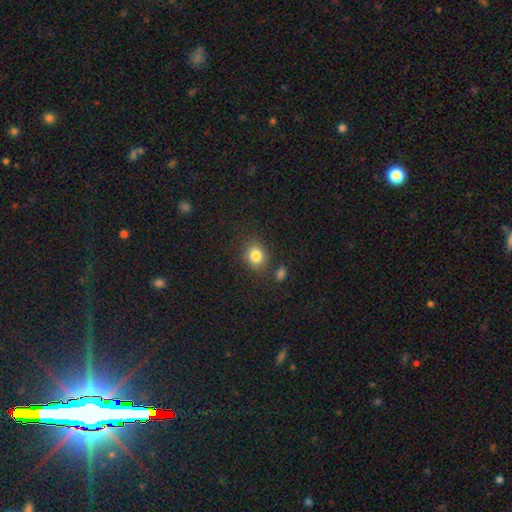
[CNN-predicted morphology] Smooth or featured?
  - smooth: 83% *
  - star or artifact: 11%
  - featured or disk: 6%
How rounded?
  - round: 68% *
  - in between: 31%
  - cigar-shaped: 1%
Merging?
  - none: 77% *
  - minor disturbance: 12%
  - merger: 6%
  - major disturbance: 4%